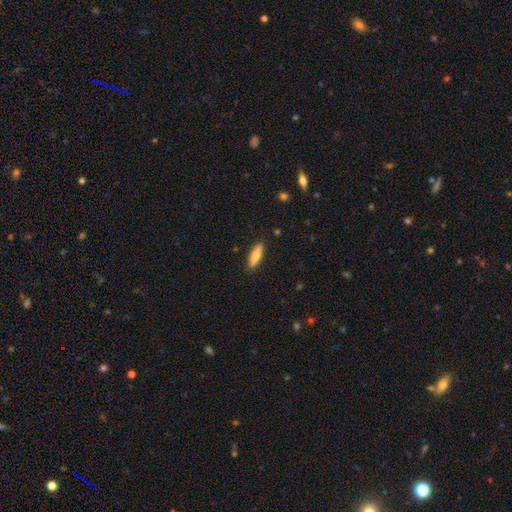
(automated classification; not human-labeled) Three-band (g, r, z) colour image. It shows a smooth galaxy with no disk features (78%) that is cigar-shaped (68%). Merging: none (88%).